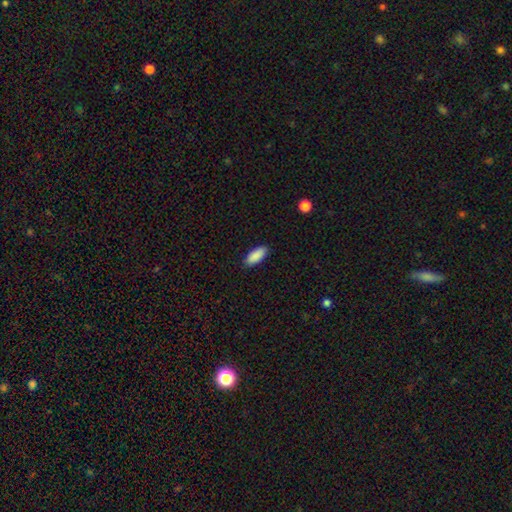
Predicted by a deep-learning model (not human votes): This appears to be a smooth galaxy with no disk features (90%) that is in between round and cigar-shaped (84%). Merging: none (88%).